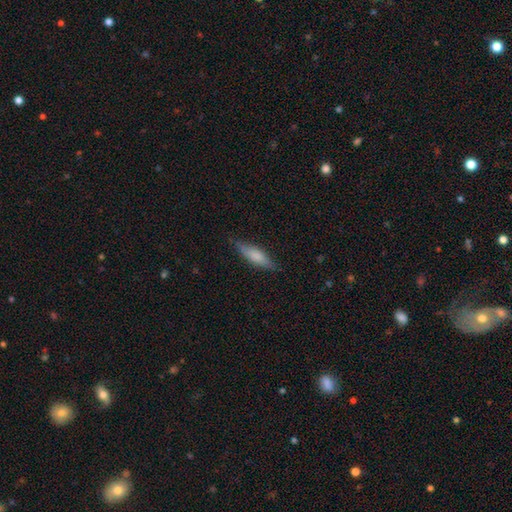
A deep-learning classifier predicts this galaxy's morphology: smooth 71%, featured or disk 23%, star or artifact 6%. Down the decision tree: how rounded — cigar-shaped (58%); merging — none (78%).